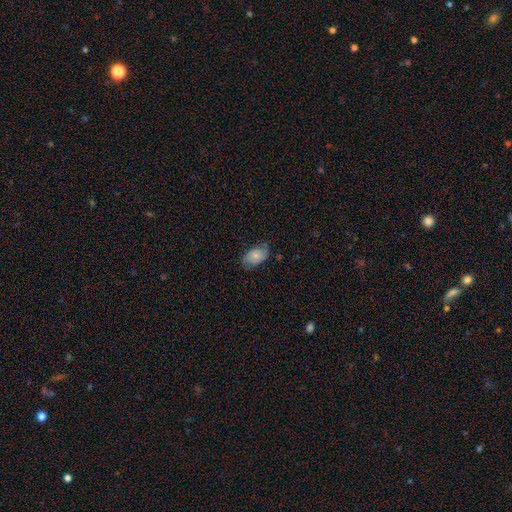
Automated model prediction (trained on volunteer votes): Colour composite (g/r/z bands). It shows a smooth galaxy with no disk features (65%) that is in between round and cigar-shaped (91%). Merging: none (70%).